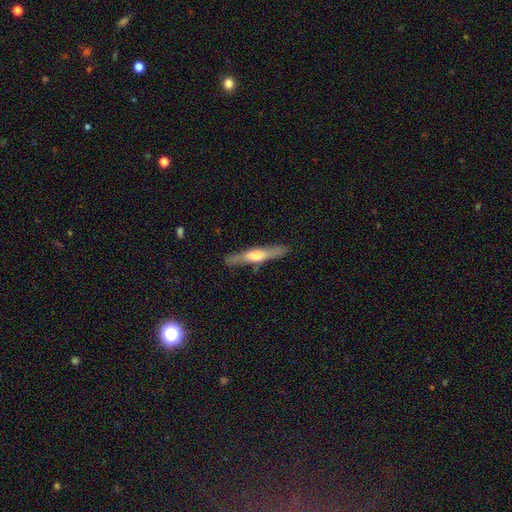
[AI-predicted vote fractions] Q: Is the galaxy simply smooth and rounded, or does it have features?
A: featured or disk — 62%.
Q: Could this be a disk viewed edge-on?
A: yes — 94%.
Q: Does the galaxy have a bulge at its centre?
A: rounded — 79%.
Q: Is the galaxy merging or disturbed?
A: none — 86%.